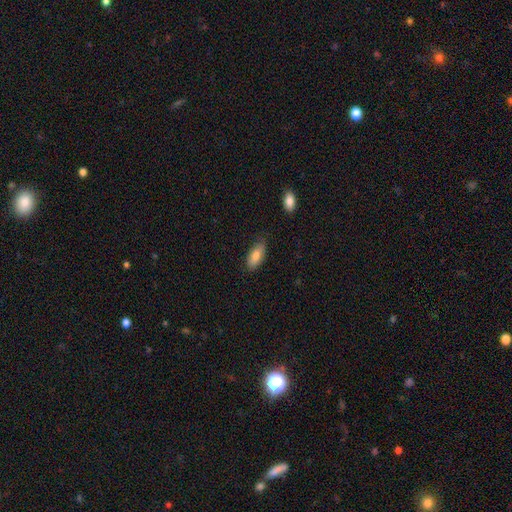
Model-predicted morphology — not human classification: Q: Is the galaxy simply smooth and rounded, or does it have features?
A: smooth — 81%.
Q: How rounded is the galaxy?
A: in between — 85%.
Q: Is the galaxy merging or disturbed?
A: none — 77%.